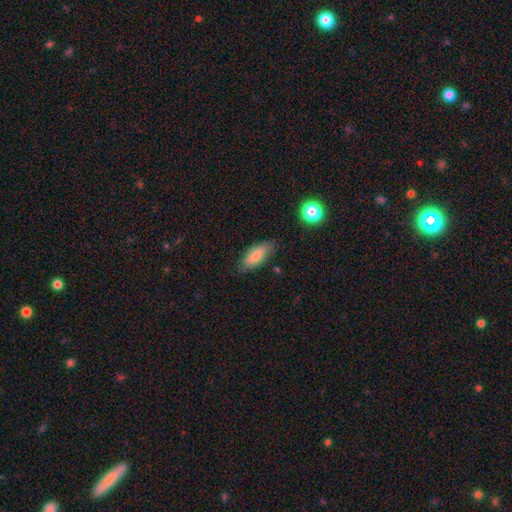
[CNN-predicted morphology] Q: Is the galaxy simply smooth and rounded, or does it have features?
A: smooth — 75%.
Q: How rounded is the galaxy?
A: in between — 81%.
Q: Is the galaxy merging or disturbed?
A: none — 75%.